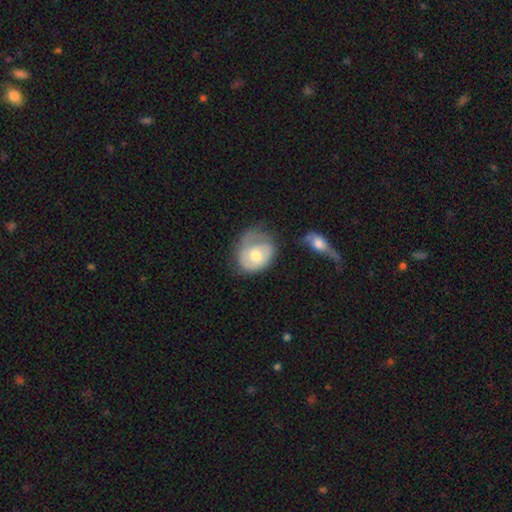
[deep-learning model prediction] A featured or disk galaxy (50%). Merging: none (38%).